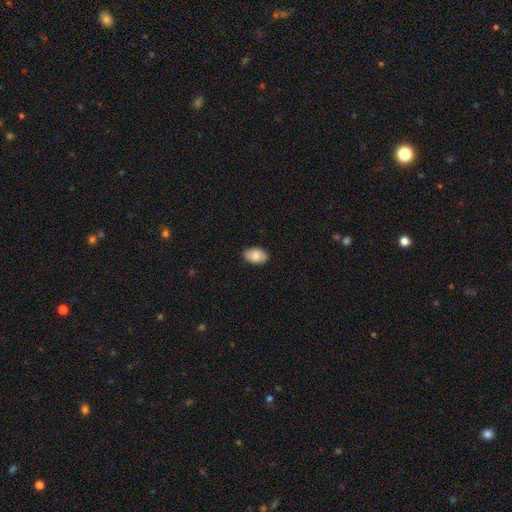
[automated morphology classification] smooth-or-featured: smooth: 82% | featured or disk: 12% | star or artifact: 7%
  how-rounded: in between: 89% | round: 9% | cigar-shaped: 1%
  merging: none: 86% | minor disturbance: 11% | major disturbance: 2% | merger: 1%